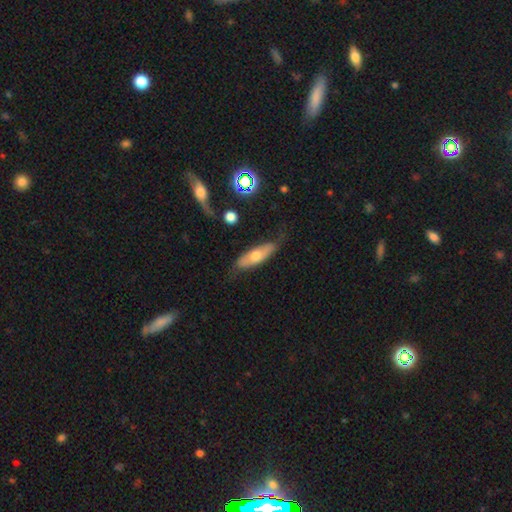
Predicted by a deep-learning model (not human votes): A smooth galaxy with no disk features (55%) that is in between round and cigar-shaped (50%). Merging: none (70%).